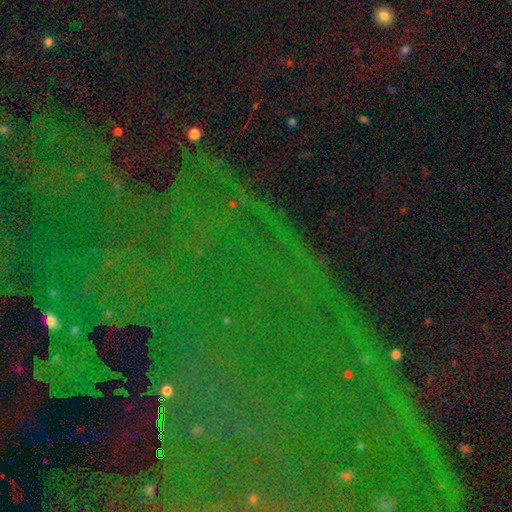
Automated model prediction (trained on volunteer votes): This is clearly a star or artifact rather than a galaxy (85%).